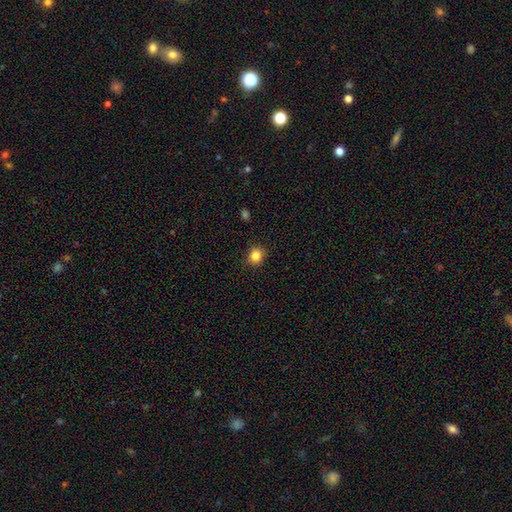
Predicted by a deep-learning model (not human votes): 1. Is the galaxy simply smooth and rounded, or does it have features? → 83% smooth, 12% star or artifact, 5% featured or disk.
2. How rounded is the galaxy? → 78% round, 21% in between, 1% cigar-shaped.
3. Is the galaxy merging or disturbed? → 90% none, 7% minor disturbance, 2% major disturbance, 1% merger.